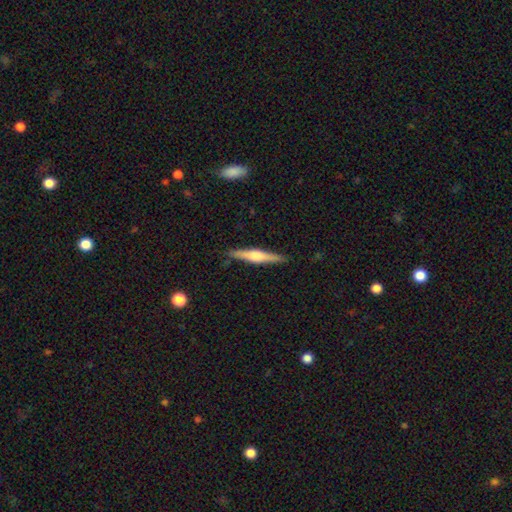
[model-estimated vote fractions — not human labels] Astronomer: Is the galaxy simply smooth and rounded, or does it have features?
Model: featured or disk — 65%.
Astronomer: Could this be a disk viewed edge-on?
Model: yes — 98%.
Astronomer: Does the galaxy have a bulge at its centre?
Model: rounded — 83%.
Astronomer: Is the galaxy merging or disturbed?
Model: none — 89%.